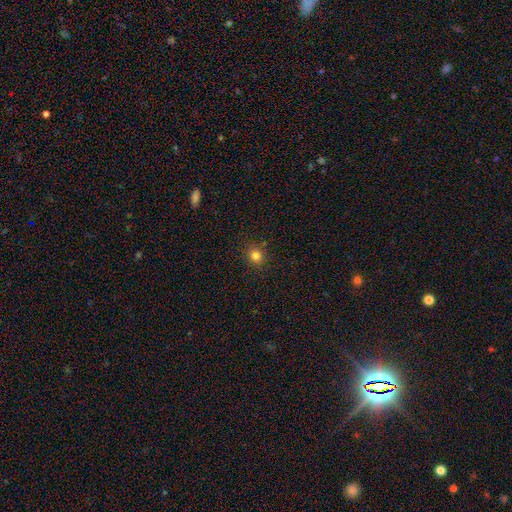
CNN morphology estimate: A smooth galaxy with no disk features (81%) that is round (83%). Merging: none (88%).